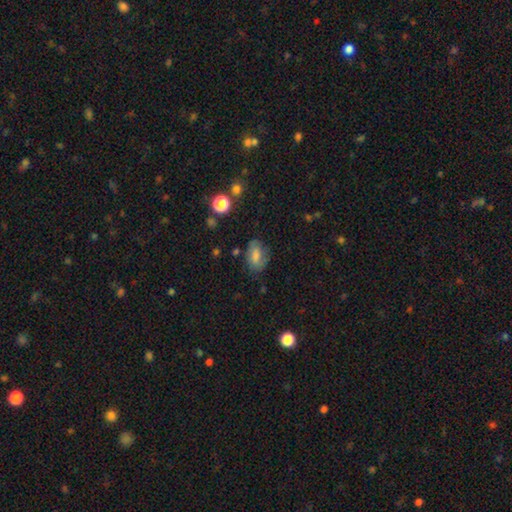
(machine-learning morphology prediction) Smooth or featured? smooth (66%)
How rounded? in between (83%)
Merging? none (67%)